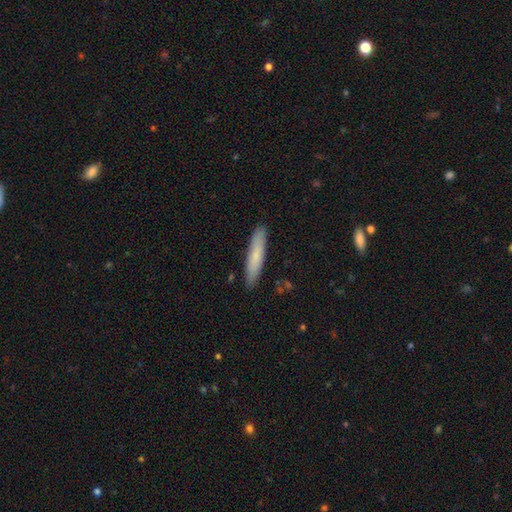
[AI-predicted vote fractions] smooth-or-featured: smooth: 75% | featured or disk: 19% | star or artifact: 6%
  how-rounded: cigar-shaped: 89% | in between: 10% | round: 1%
  merging: none: 88% | minor disturbance: 9% | major disturbance: 2% | merger: 1%